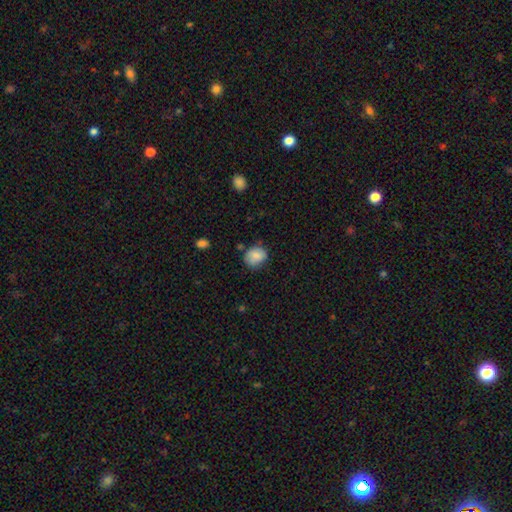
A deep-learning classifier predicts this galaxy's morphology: Smooth or featured?
  - smooth: 82% *
  - featured or disk: 9%
  - star or artifact: 8%
How rounded?
  - round: 59% *
  - in between: 41%
  - cigar-shaped: 1%
Merging?
  - none: 65% *
  - minor disturbance: 27%
  - major disturbance: 5%
  - merger: 3%